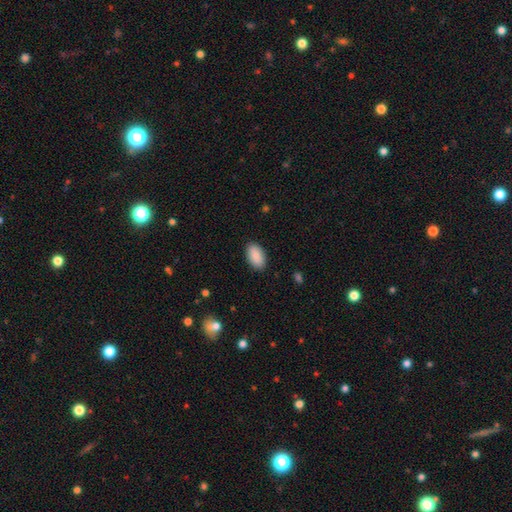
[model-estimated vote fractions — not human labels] smooth-or-featured: smooth: 90% | star or artifact: 6% | featured or disk: 4%
  how-rounded: in between: 94% | round: 4% | cigar-shaped: 2%
  merging: none: 88% | minor disturbance: 9% | major disturbance: 2% | merger: 1%